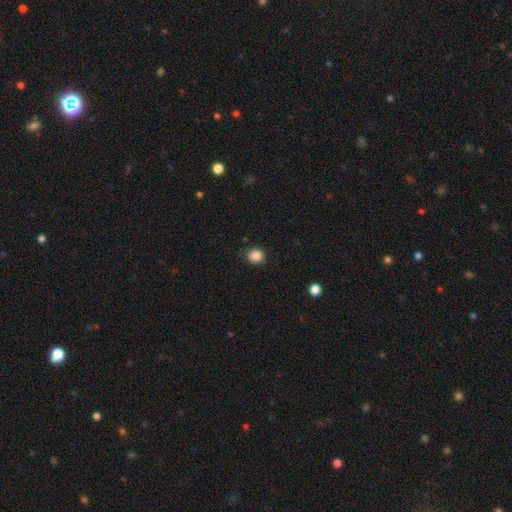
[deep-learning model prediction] smooth 87%, star or artifact 10%, featured or disk 3%. Down the decision tree: how rounded — round (85%); merging — none (85%).